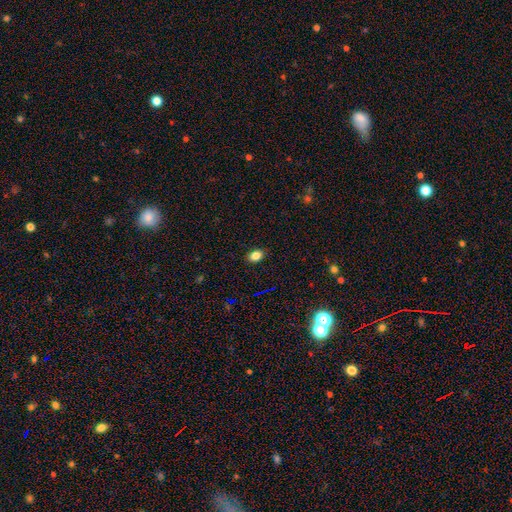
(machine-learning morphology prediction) The model was most divided on "how rounded": in between: 75%, round: 24%, cigar-shaped: 1%. More confident: merging — none (89%); smooth or featured — smooth (82%).